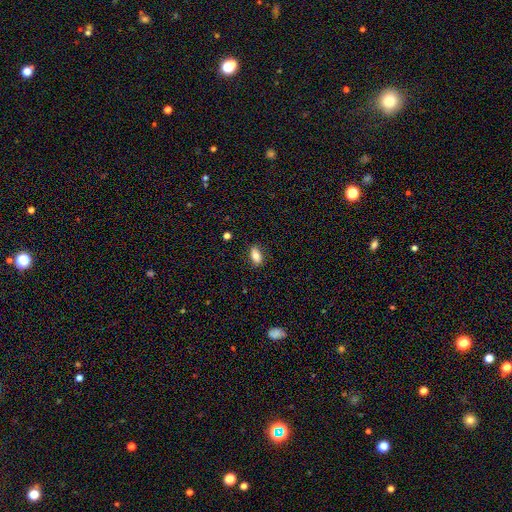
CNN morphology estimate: This appears to be a smooth galaxy with no disk features (82%) that is in between round and cigar-shaped (88%). Merging: none (84%).